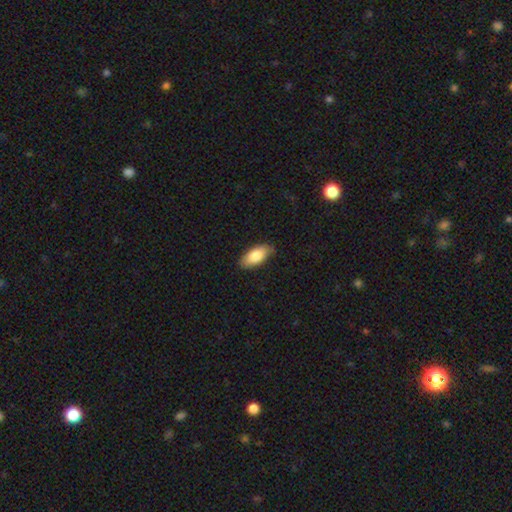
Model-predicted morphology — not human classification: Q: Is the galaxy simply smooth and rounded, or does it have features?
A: smooth — 83%.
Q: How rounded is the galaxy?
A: in between — 89%.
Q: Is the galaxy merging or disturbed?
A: none — 82%.